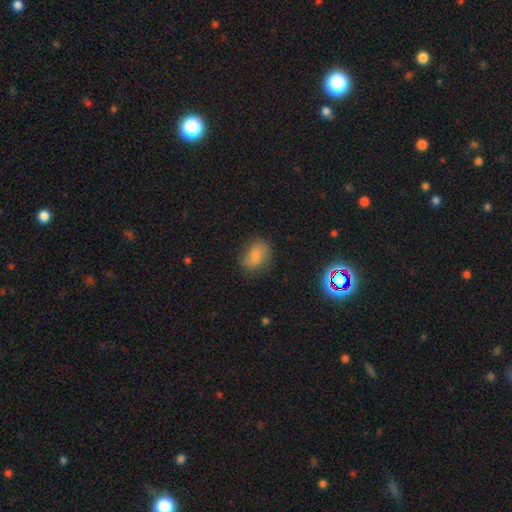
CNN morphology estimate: This is likely a smooth galaxy (74%). How rounded: likely in between (68%). Merging: likely none (73%).